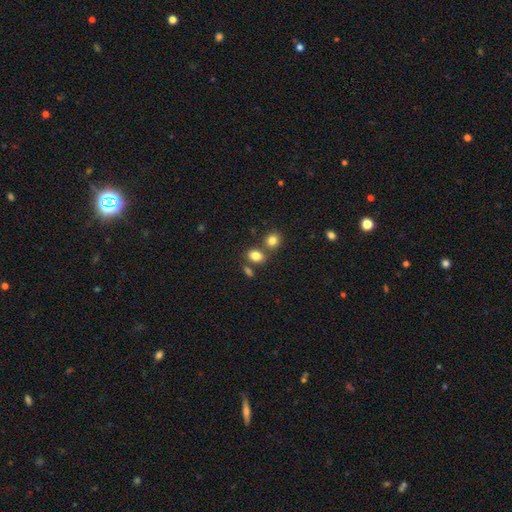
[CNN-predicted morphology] Q: Smooth or featured?
A: smooth (82%); runner-up: star or artifact (11%)
Q: How rounded?
A: in between (68%); runner-up: round (30%)
Q: Merging?
A: none (61%); runner-up: merger (24%)